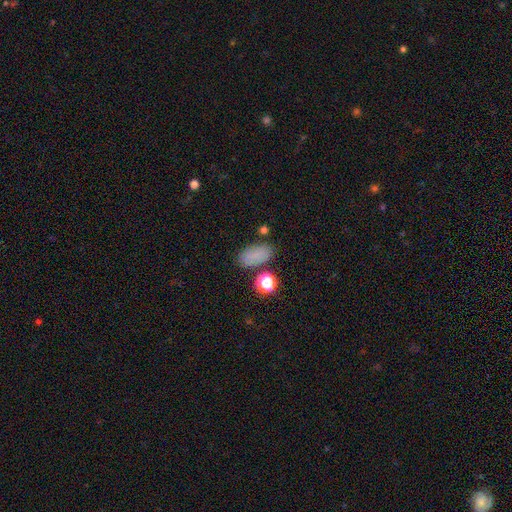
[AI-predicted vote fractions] Q: Smooth or featured?
A: smooth (77%); runner-up: star or artifact (15%)
Q: How rounded?
A: in between (89%); runner-up: round (8%)
Q: Merging?
A: none (78%); runner-up: minor disturbance (12%)